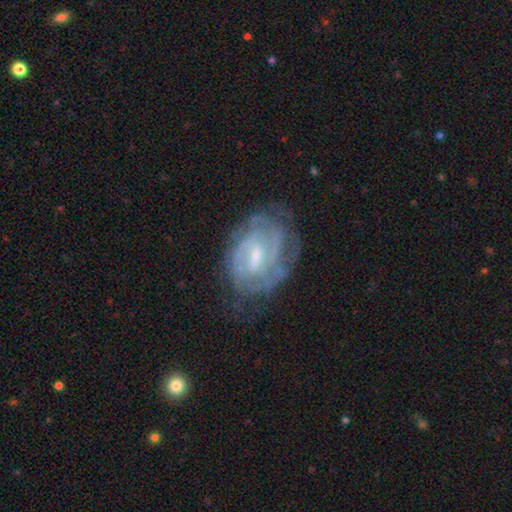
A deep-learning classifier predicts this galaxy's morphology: Q: Smooth or featured?
A: featured or disk (79%); runner-up: smooth (14%)
Q: Edge-on disk?
A: no (97%); runner-up: yes (3%)
Q: Bar?
A: weak (58%); runner-up: no (24%)
Q: Spiral arms?
A: yes (83%); runner-up: no (17%)
Q: Spiral winding?
A: tight (57%); runner-up: medium (34%)
Q: Spiral arm count?
A: can't tell (46%); runner-up: 2 (28%)
Q: Bulge size?
A: small (46%); runner-up: moderate (40%)
Q: Merging?
A: none (61%); runner-up: minor disturbance (23%)